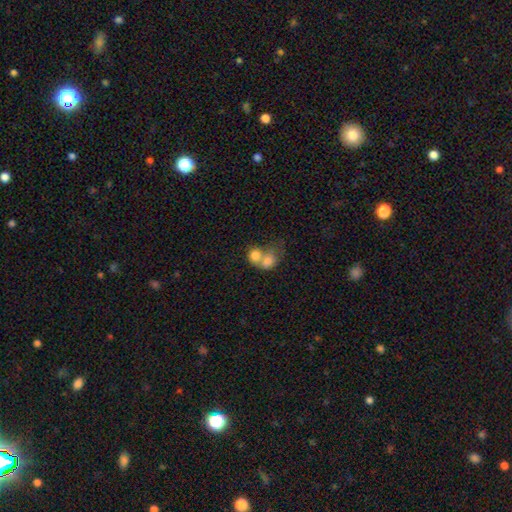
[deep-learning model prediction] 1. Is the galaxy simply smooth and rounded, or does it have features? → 77% smooth, 14% featured or disk, 9% star or artifact.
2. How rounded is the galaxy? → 57% round, 42% in between, 1% cigar-shaped.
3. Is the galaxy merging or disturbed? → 69% merger, 19% none, 7% minor disturbance, 5% major disturbance.